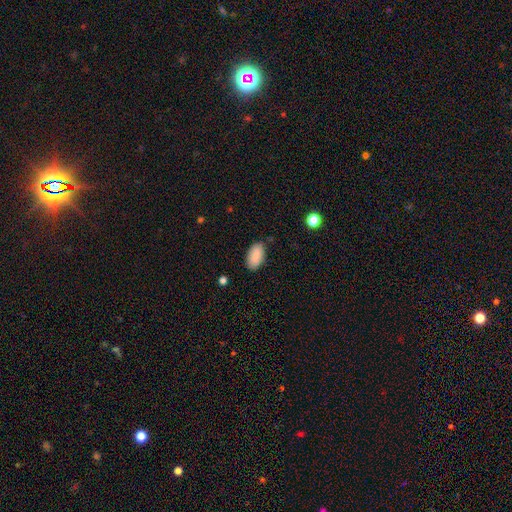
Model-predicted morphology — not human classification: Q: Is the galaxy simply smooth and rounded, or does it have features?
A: smooth — 90%.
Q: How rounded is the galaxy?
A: in between — 95%.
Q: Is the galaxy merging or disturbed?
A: none — 85%.